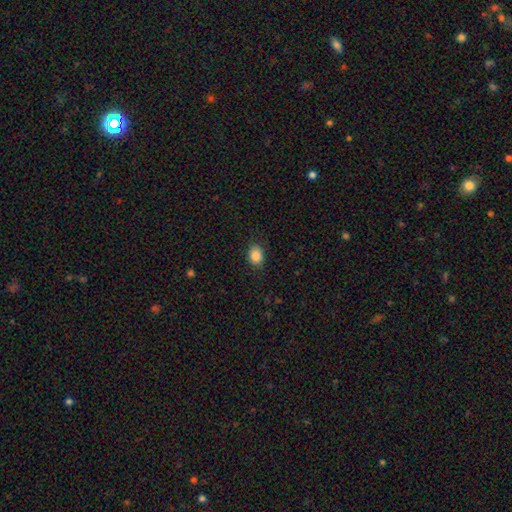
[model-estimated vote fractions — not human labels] The model was most divided on "how rounded": in between: 59%, round: 40%, cigar-shaped: 1%. More confident: smooth or featured — smooth (87%); merging — none (85%).